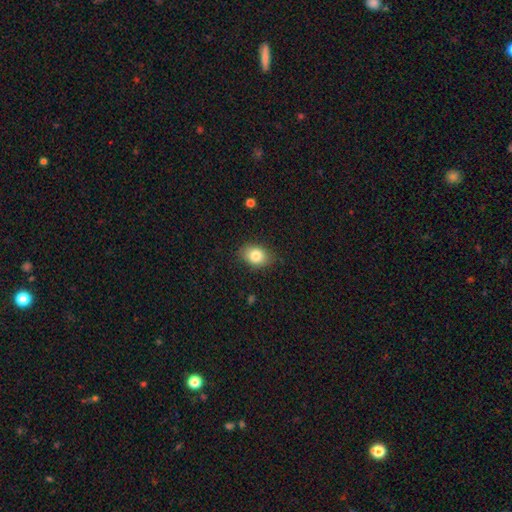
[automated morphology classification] A smooth galaxy with no disk features (82%) that is in between round and cigar-shaped (68%). Merging: none (85%).